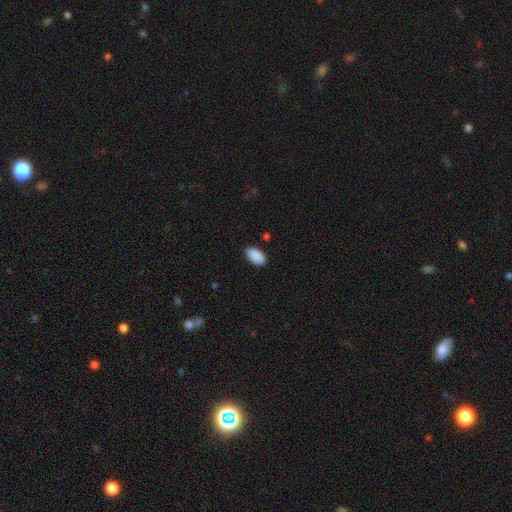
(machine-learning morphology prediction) Q: Smooth or featured?
A: smooth (90%); runner-up: star or artifact (7%)
Q: How rounded?
A: in between (95%); runner-up: round (3%)
Q: Merging?
A: none (86%); runner-up: minor disturbance (11%)